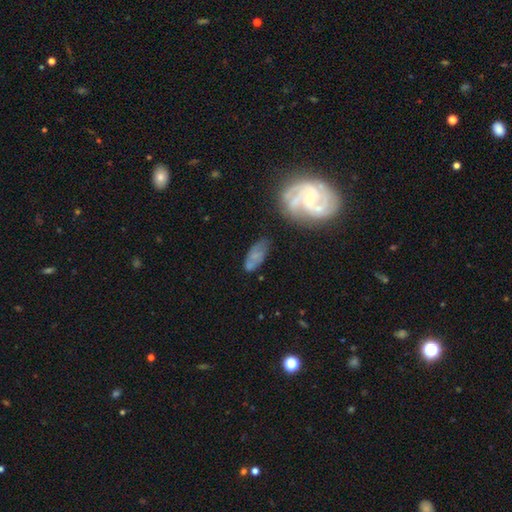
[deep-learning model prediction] smooth 49%, featured or disk 38%, star or artifact 13%. Down the decision tree: merging — none (58%).